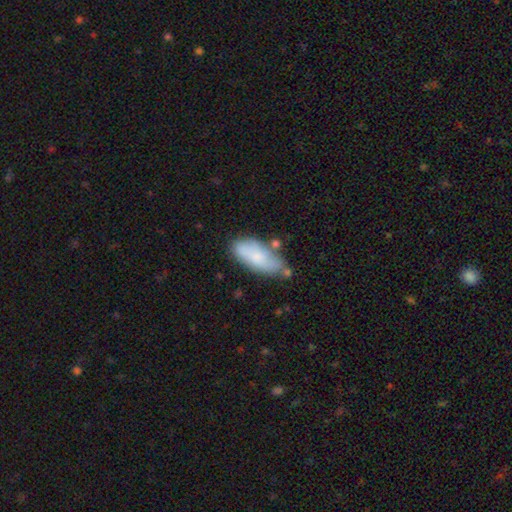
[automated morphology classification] Overall: smooth (72%). How rounded: in between (82%). Merging: none (59%; minor disturbance 25%).